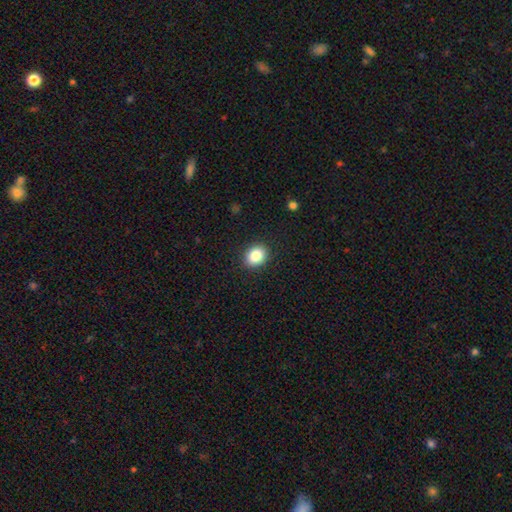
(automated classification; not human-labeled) This is clearly a smooth galaxy (85%). How rounded: possibly round (55%). Merging: clearly none (89%).